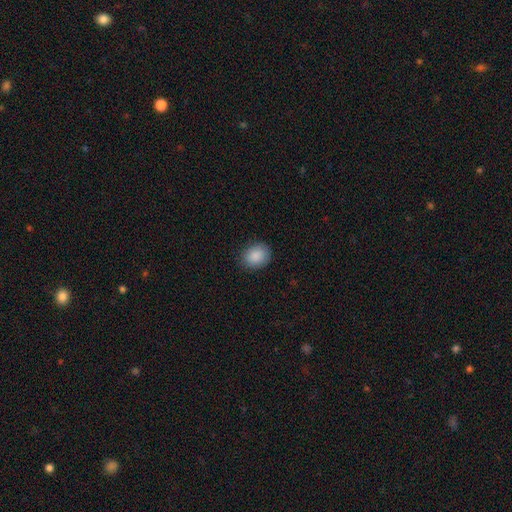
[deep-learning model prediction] Morphology: type=smooth (89%); roundness=in between (57%); merging=none (86%).